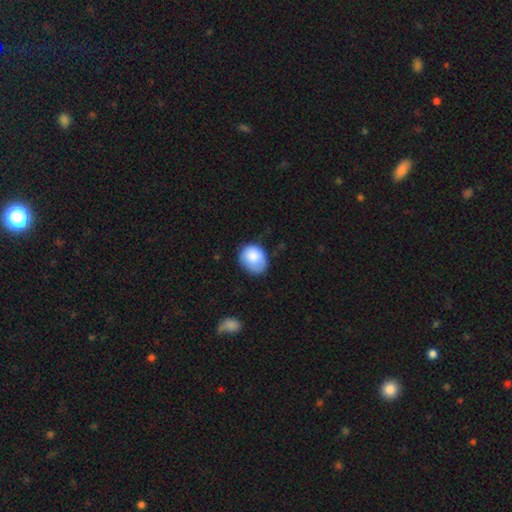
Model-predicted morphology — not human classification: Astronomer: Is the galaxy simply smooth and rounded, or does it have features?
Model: smooth — 84%.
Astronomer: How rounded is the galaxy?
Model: round — 53% (runner-up: in between, 46%).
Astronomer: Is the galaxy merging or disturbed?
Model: none — 57% (runner-up: minor disturbance, 32%).